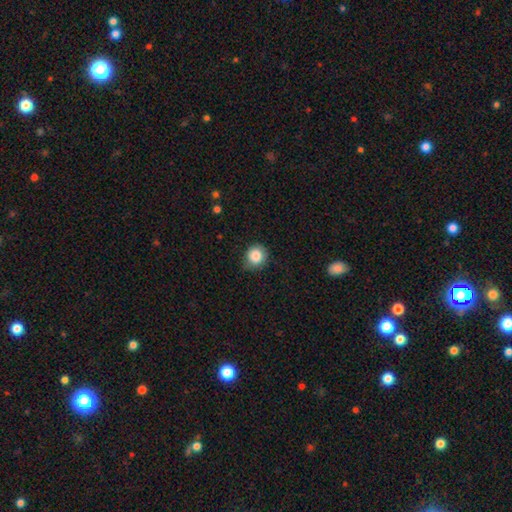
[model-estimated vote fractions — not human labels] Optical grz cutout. It shows a smooth galaxy with no disk features (85%) that is round (88%). Merging: none (74%).